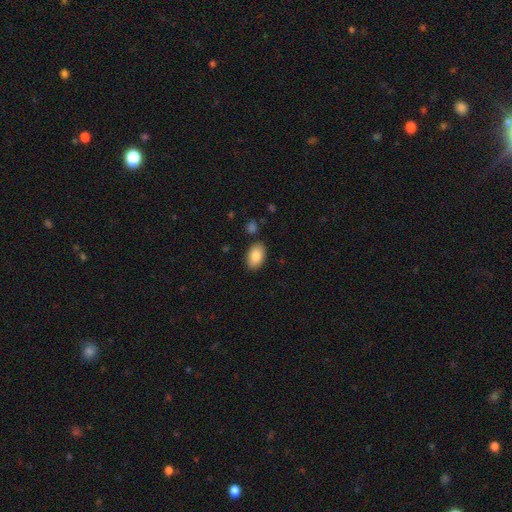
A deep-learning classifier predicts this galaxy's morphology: smooth-or-featured: smooth: 86% | featured or disk: 8% | star or artifact: 7%
  how-rounded: in between: 90% | round: 8% | cigar-shaped: 1%
  merging: none: 86% | minor disturbance: 10% | major disturbance: 2% | merger: 2%